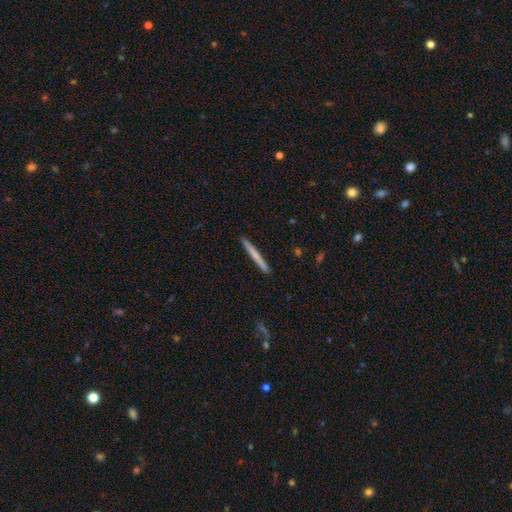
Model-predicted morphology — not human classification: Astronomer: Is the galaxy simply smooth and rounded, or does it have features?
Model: smooth — 60% (runner-up: featured or disk, 35%).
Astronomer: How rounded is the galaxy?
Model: cigar-shaped — 97%.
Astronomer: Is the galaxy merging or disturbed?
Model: none — 92%.